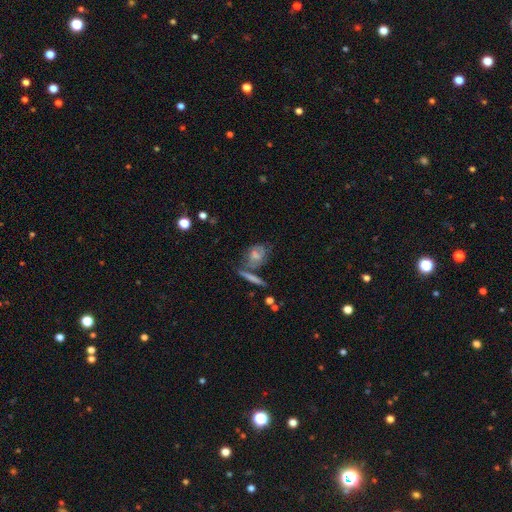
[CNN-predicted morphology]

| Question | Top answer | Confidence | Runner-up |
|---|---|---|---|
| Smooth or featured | smooth | 47% | featured or disk (42%) |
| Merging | none | 48% | merger (21%) |